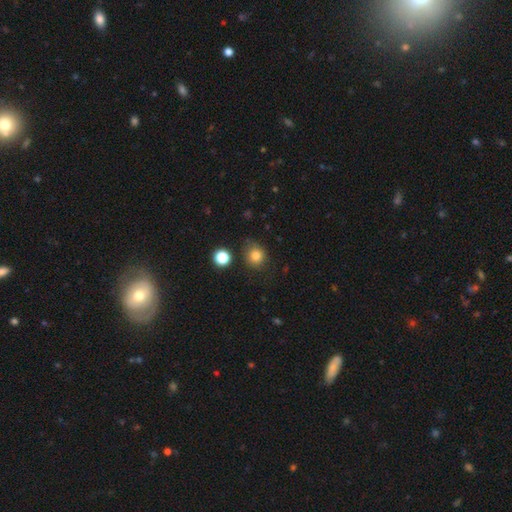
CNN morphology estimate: A smooth galaxy with no disk features (82%) that is round (81%). Merging: none (75%).